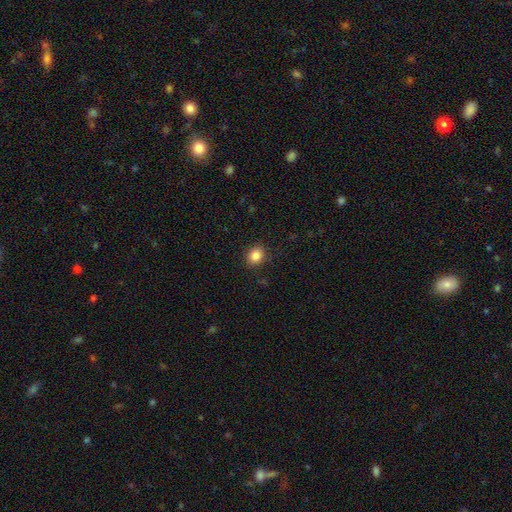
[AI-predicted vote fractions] A smooth galaxy with no disk features (85%) that is round (69%). Merging: none (89%).